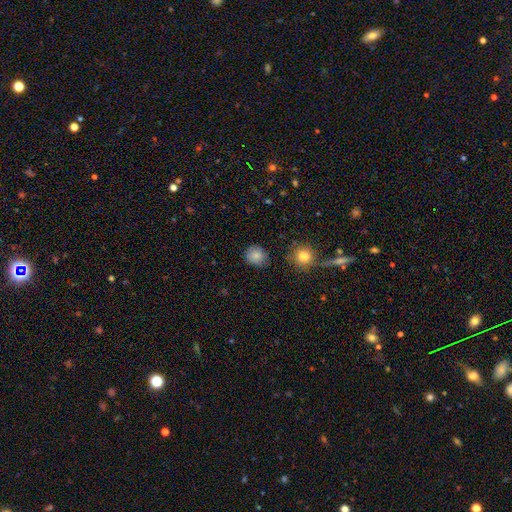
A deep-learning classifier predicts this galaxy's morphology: Q: Smooth or featured?
A: smooth (83%); runner-up: star or artifact (10%)
Q: How rounded?
A: round (86%); runner-up: in between (13%)
Q: Merging?
A: none (82%); runner-up: minor disturbance (13%)